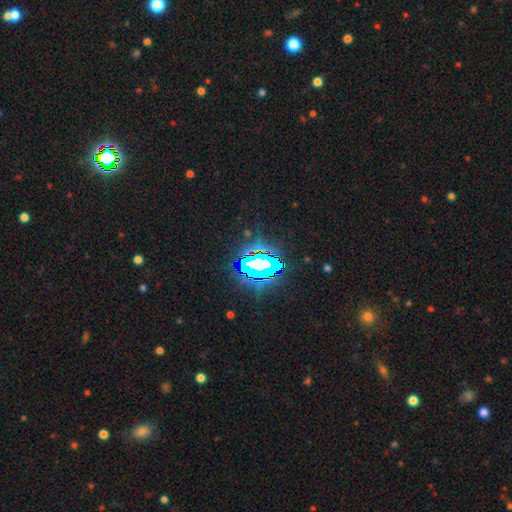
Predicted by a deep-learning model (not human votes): This is clearly a star or artifact rather than a galaxy (81%).